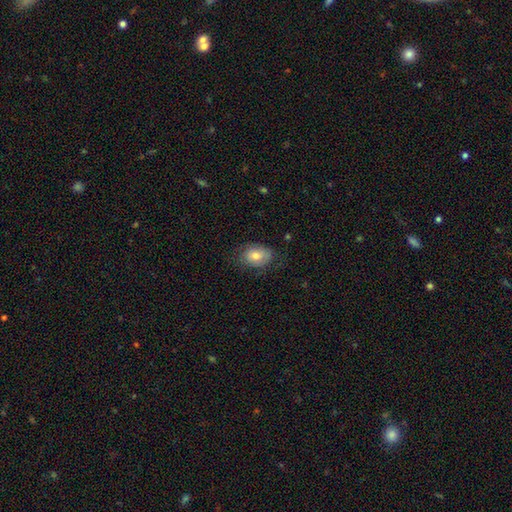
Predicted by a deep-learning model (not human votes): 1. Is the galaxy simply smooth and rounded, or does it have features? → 73% smooth, 19% featured or disk, 9% star or artifact.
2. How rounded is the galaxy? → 74% in between, 25% round, 1% cigar-shaped.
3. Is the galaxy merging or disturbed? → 71% none, 21% minor disturbance, 7% major disturbance, 1% merger.